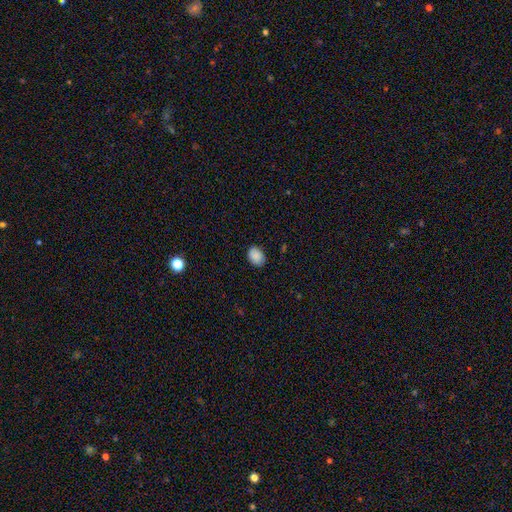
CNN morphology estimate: The model was most divided on "how rounded": in between: 68%, round: 31%, cigar-shaped: 1%. More confident: smooth or featured — smooth (88%); merging — none (85%).